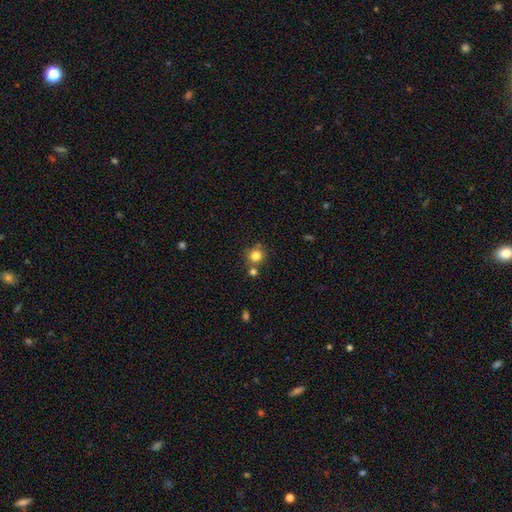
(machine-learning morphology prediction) A smooth galaxy with no disk features (81%) that is round (91%). Merging: none (72%).